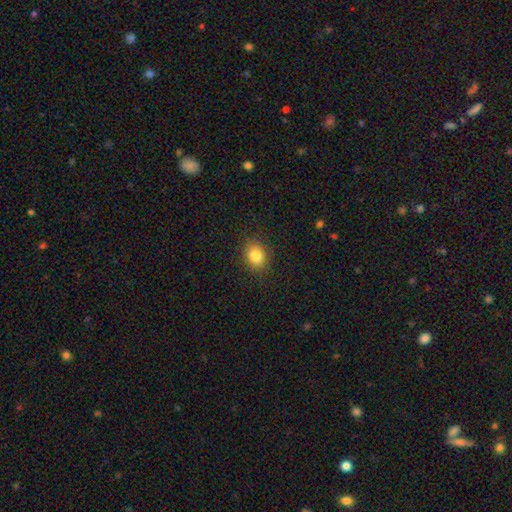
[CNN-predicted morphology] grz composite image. It shows a smooth galaxy with no disk features (83%) that is round (57%). Merging: none (88%).